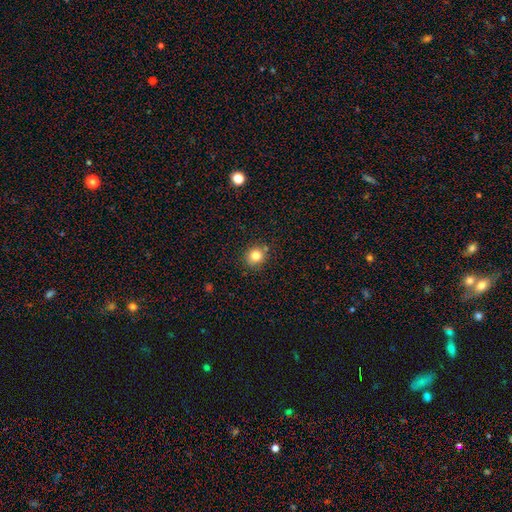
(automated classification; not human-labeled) A smooth galaxy with no disk features (81%) that is round (87%). Merging: none (84%).